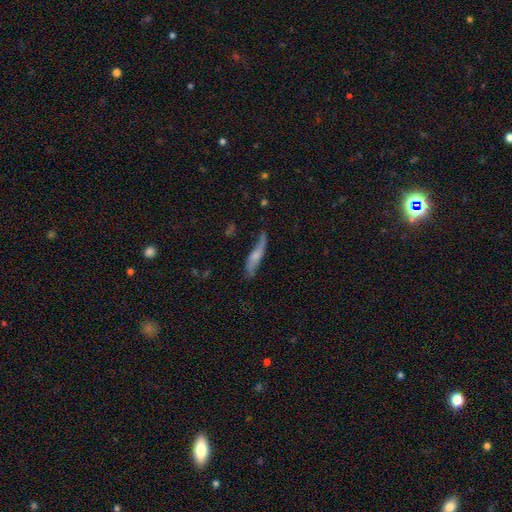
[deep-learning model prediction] This appears to be a featured or disk galaxy (50%). Merging: none (60%).